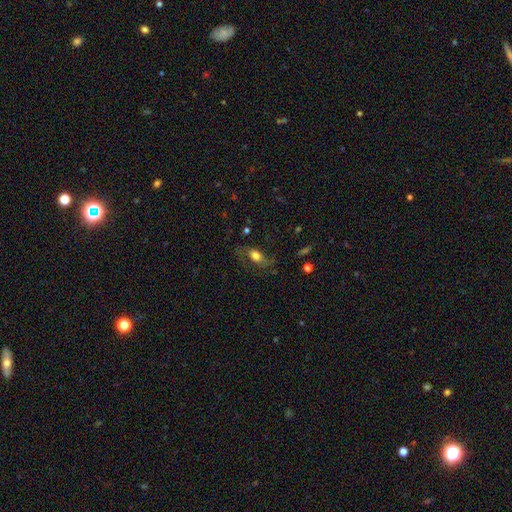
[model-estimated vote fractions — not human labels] smooth-or-featured: smooth: 56% | featured or disk: 34% | star or artifact: 10%
  how-rounded: in between: 77% | cigar-shaped: 12% | round: 11%
  merging: none: 62% | minor disturbance: 21% | major disturbance: 16% | merger: 2%